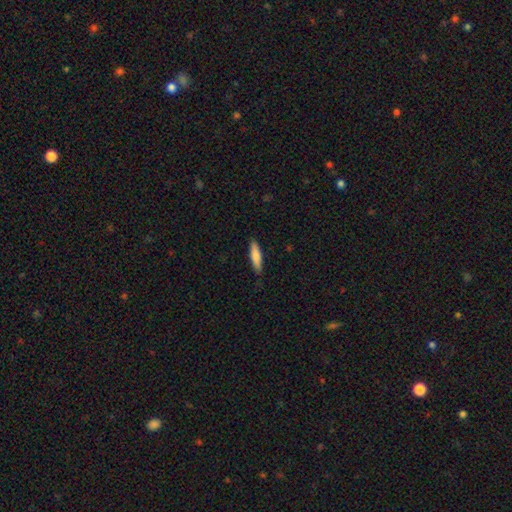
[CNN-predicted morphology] smooth_or_featured: smooth (p=0.80) [alt: featured or disk p=0.15]
how_rounded: cigar-shaped (p=0.72) [alt: in between p=0.26]
merging: none (p=0.86) [alt: minor disturbance p=0.11]